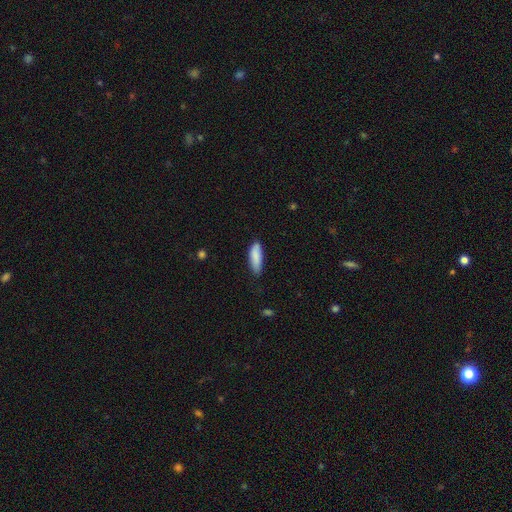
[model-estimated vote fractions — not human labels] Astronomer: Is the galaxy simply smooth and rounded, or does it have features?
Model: smooth — 87%.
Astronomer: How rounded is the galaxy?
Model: in between — 59% (runner-up: cigar-shaped, 39%).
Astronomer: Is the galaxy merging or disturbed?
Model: none — 74%.